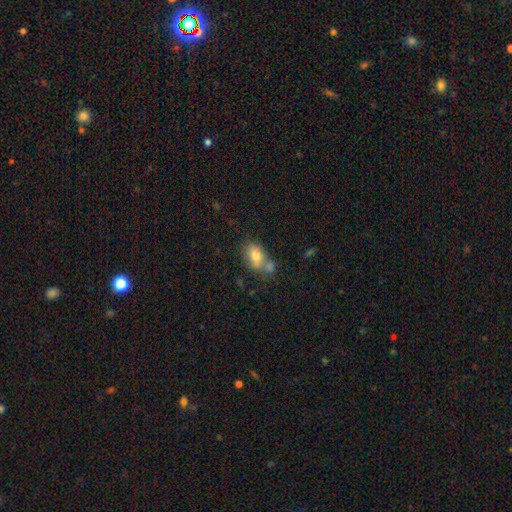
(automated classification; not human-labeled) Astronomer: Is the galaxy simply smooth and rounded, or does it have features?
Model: smooth — 74%.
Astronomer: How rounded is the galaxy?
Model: in between — 80%.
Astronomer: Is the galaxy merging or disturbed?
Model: merger — 39% (runner-up: none, 38%).